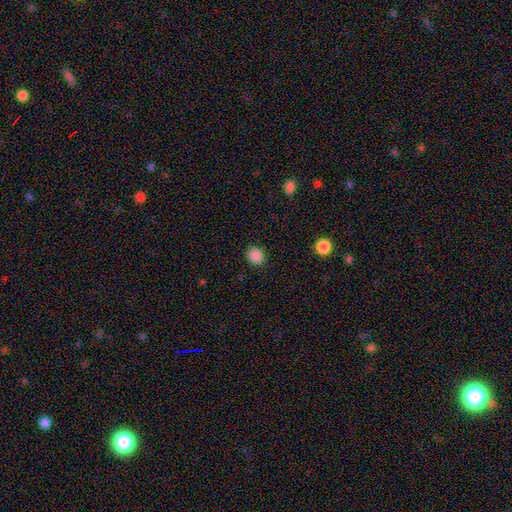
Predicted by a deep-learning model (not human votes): Smooth or featured? smooth (87%)
How rounded? round (68%)
Merging? none (90%)